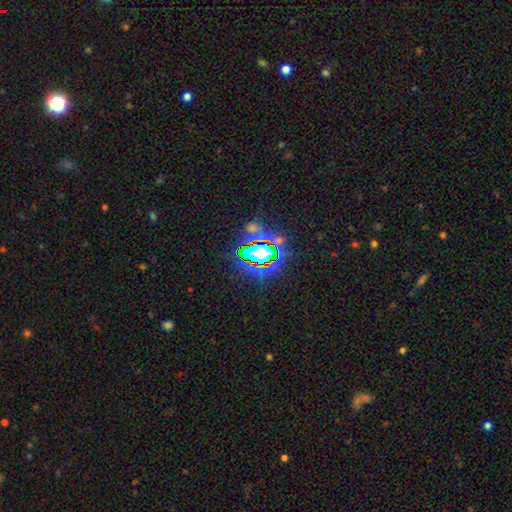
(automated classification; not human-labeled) smooth-or-featured: star or artifact: 82% | smooth: 11% | featured or disk: 7%